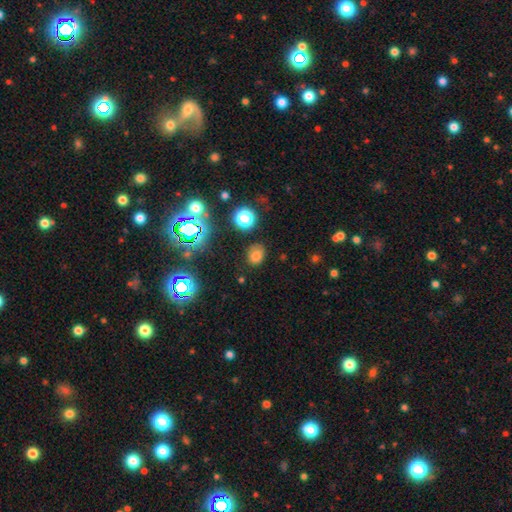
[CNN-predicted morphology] Smooth or featured: smooth — 71% (star or artifact — 21%)
How rounded: round — 55% (in between — 44%)
Merging: none — 78% (minor disturbance — 15%)